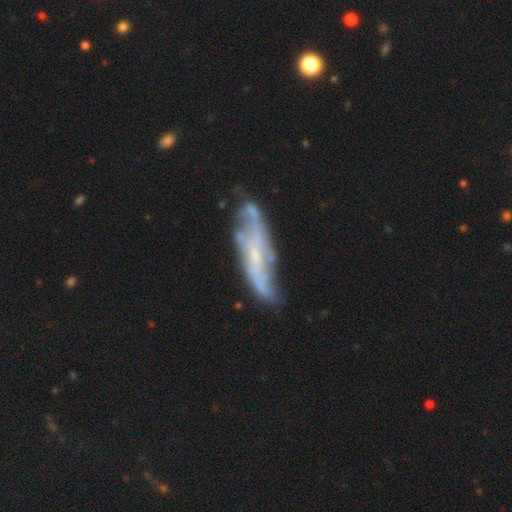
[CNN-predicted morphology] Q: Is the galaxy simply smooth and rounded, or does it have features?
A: featured or disk — 74%.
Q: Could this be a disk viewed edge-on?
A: no — 72%.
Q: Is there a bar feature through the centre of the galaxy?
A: no — 55%.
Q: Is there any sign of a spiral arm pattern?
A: yes — 77%.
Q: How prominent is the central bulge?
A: small — 63%.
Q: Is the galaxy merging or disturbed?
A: none — 58%.